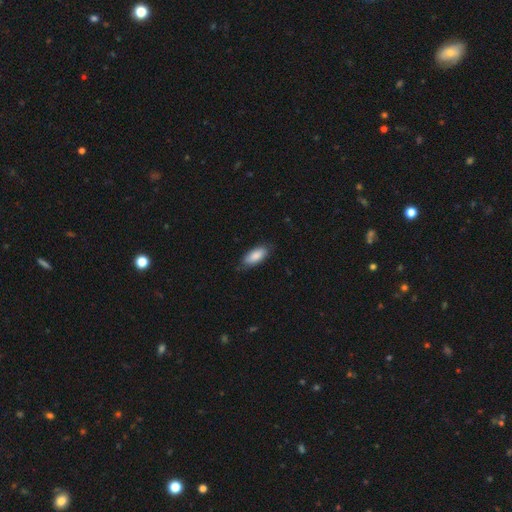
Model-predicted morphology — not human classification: smooth_or_featured: smooth (p=0.84) [alt: featured or disk p=0.10]
how_rounded: in between (p=0.87) [alt: cigar-shaped p=0.11]
merging: none (p=0.73) [alt: minor disturbance p=0.22]